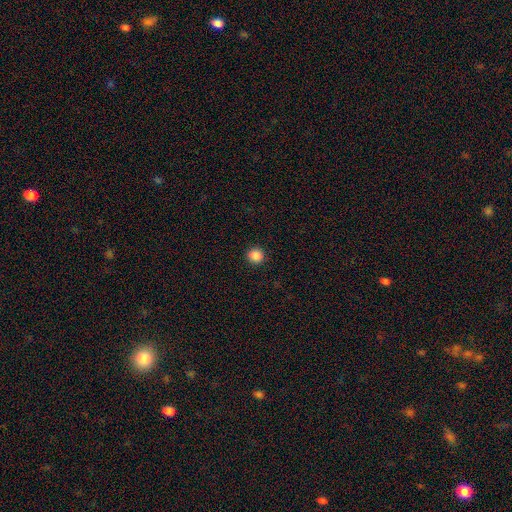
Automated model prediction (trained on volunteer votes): Smooth or featured? smooth (87%)
How rounded? round (92%)
Merging? none (93%)